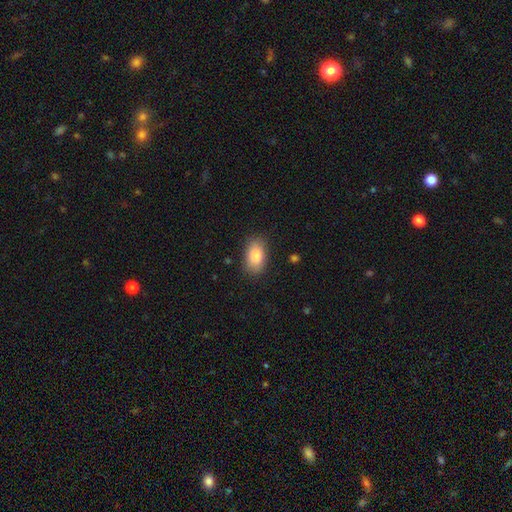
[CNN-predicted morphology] Smooth or featured? smooth (86%)
How rounded? in between (91%)
Merging? none (82%)